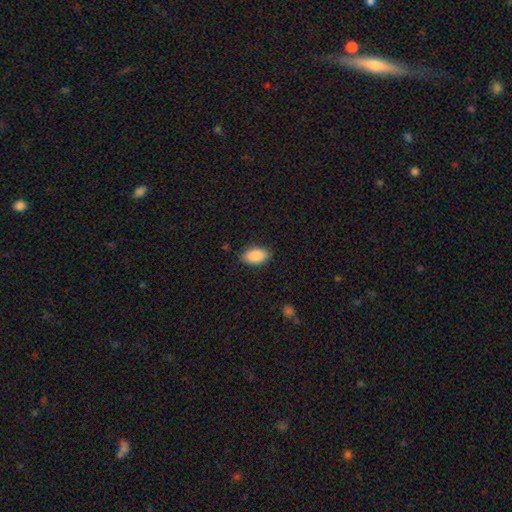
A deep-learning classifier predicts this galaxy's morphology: A smooth galaxy with no disk features (88%) that is in between round and cigar-shaped (93%). Merging: none (86%).